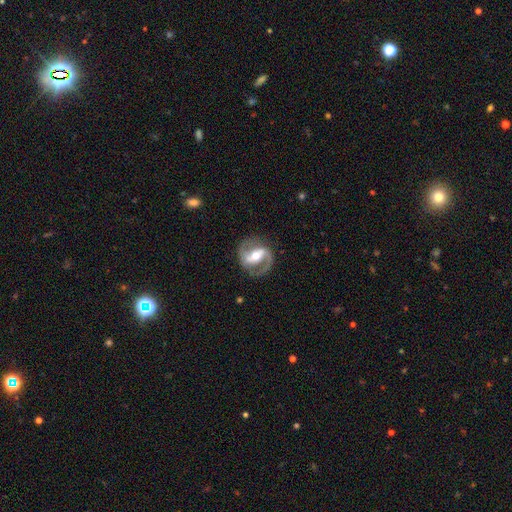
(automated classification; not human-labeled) A featured or disk galaxy (89%) with a strong bar (53%), 2 (91%) medium (56%) spiral arms (95%) and a moderate central bulge (71%).

Vote fractions:
- Smooth or featured? featured or disk: 89% / smooth: 7% / star or artifact: 4%
- Edge-on disk? no: 97% / yes: 3%
- Bar? strong: 53% / weak: 32% / no: 15%
- Spiral arms? yes: 95% / no: 5%
- Spiral winding? medium: 56% / tight: 24% / loose: 20%
- Spiral arm count? 2: 91% / 1: 4% / can't tell: 2% / 3: 1% / 4: 1% / more than 4: 1%
- Bulge size? moderate: 71% / small: 19% / large: 8% / dominant: 1% / none: 1%
- Merging? none: 83% / minor disturbance: 11% / major disturbance: 5% / merger: 1%